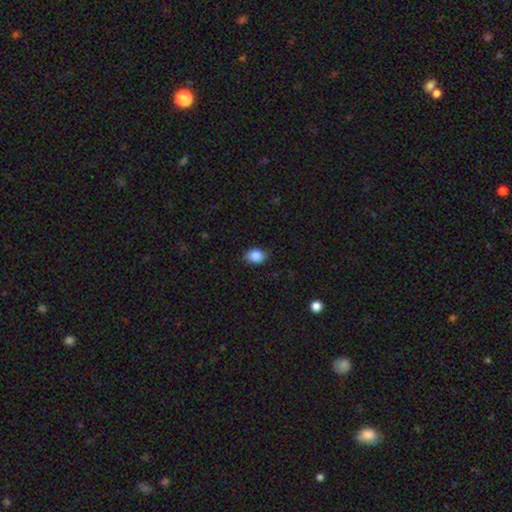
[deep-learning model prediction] Smooth or featured: smooth — 88% (star or artifact — 8%)
How rounded: in between — 70% (round — 29%)
Merging: none — 83% (minor disturbance — 13%)